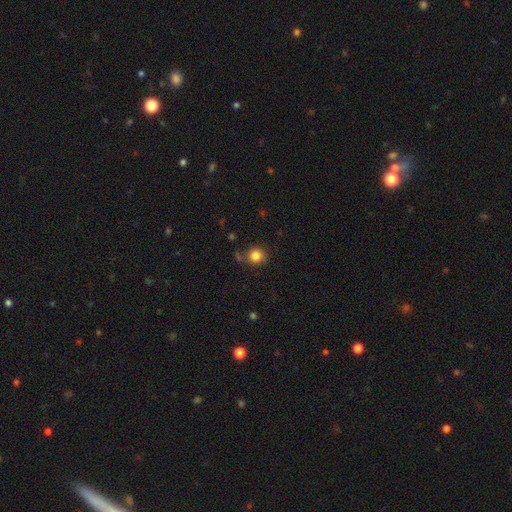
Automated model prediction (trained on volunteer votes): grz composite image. It shows a smooth galaxy with no disk features (84%) that is round (89%). Merging: none (76%).